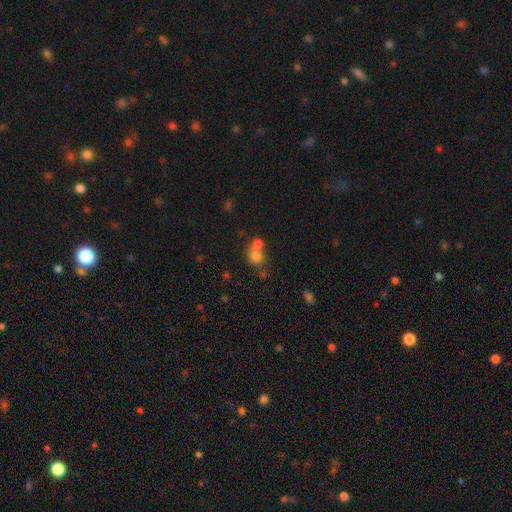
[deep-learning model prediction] This is likely a smooth galaxy (75%). How rounded: likely round (65%). Merging: possibly merger (58%).